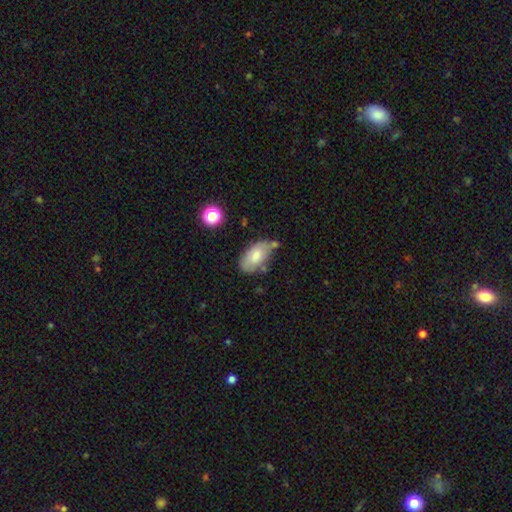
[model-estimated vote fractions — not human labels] Smooth or featured? smooth (73%)
How rounded? in between (93%)
Merging? none (53%)